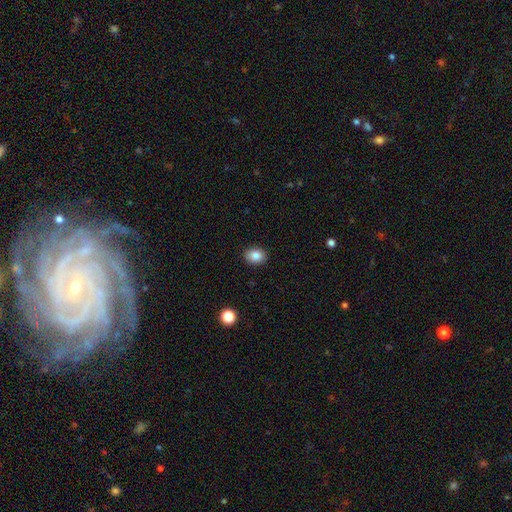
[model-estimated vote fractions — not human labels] smooth 85%, star or artifact 9%, featured or disk 6%. Down the decision tree: how rounded — in between (57%); merging — none (89%).